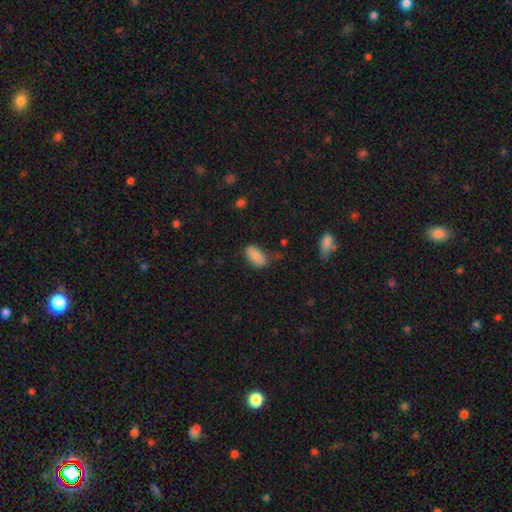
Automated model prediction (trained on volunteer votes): Smooth or featured: smooth — 84% (featured or disk — 8%)
How rounded: in between — 94% (round — 4%)
Merging: none — 68% (minor disturbance — 23%)